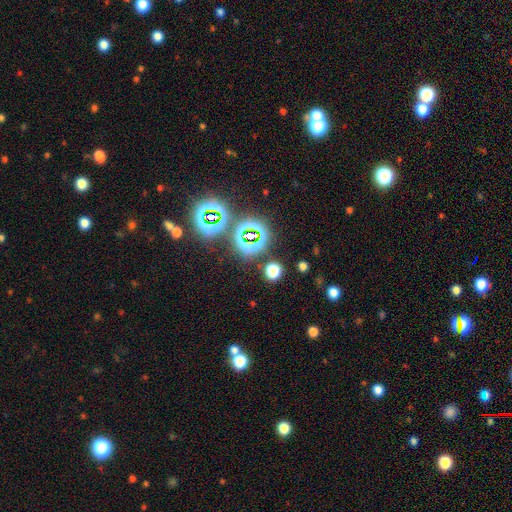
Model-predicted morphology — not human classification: The model was most divided on "smooth or featured": star or artifact: 78%, smooth: 14%, featured or disk: 8%.